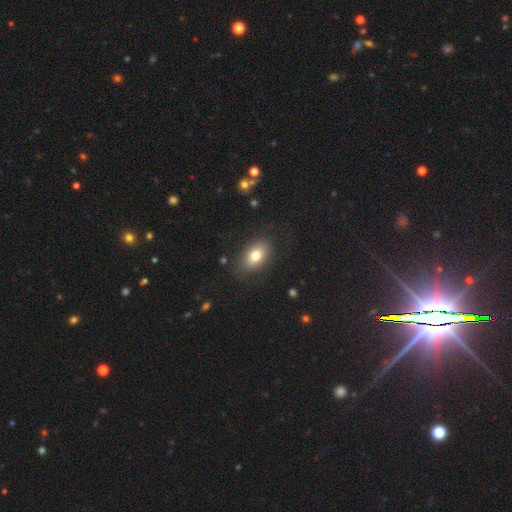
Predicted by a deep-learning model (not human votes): Smooth or featured: smooth — 78% (featured or disk — 13%)
How rounded: in between — 85% (round — 12%)
Merging: none — 82% (minor disturbance — 12%)